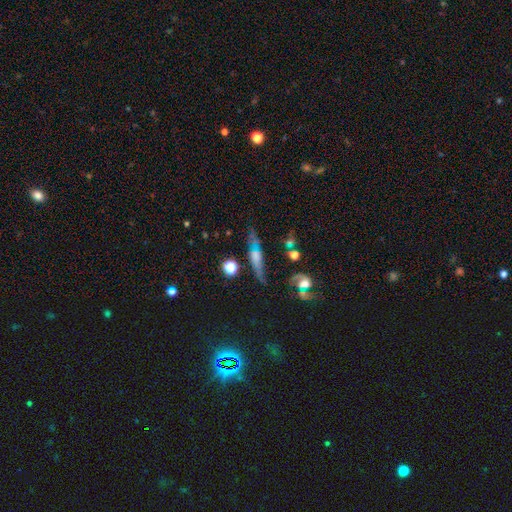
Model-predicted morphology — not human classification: A featured or disk galaxy (44%).

Vote fractions:
- Smooth or featured? featured or disk: 44% / smooth: 41% / star or artifact: 15%
- Merging? none: 52% / minor disturbance: 22% / major disturbance: 14% / merger: 12%